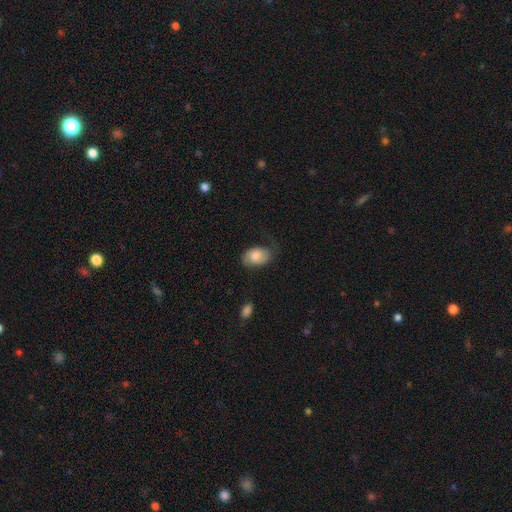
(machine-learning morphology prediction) smooth 66%, featured or disk 27%, star or artifact 7%. Down the decision tree: how rounded — in between (84%); merging — none (52%).